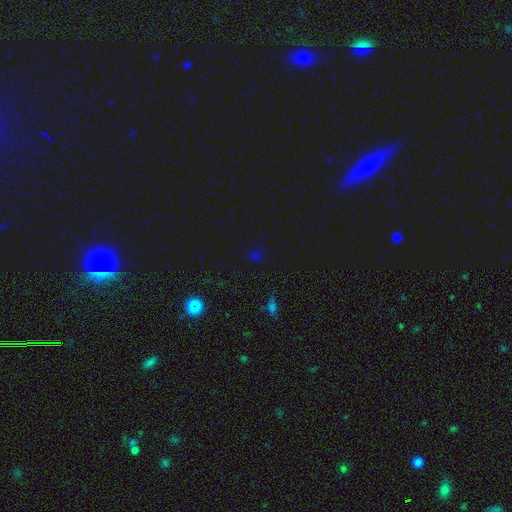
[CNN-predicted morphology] A star or artifact, not a galaxy (60%).

Vote fractions:
- Smooth or featured? star or artifact: 60% / smooth: 32% / featured or disk: 8%